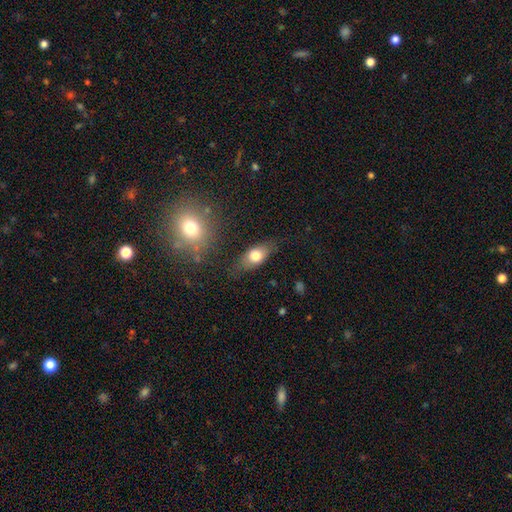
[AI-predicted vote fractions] Smooth or featured?
  - smooth: 72% *
  - featured or disk: 20%
  - star or artifact: 8%
How rounded?
  - in between: 79% *
  - cigar-shaped: 12%
  - round: 9%
Merging?
  - none: 75% *
  - minor disturbance: 18%
  - major disturbance: 5%
  - merger: 3%